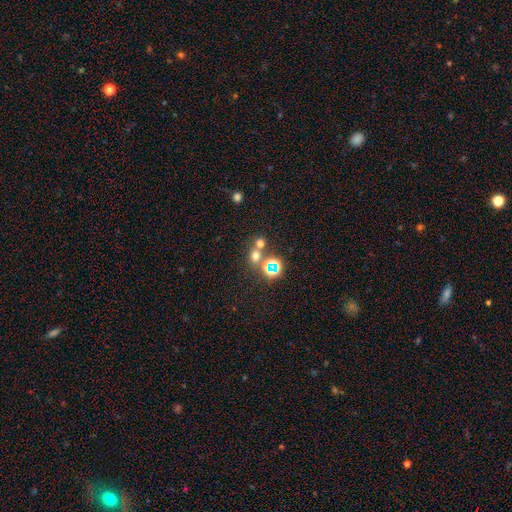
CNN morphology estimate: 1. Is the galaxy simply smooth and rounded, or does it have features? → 55% smooth, 34% star or artifact, 11% featured or disk.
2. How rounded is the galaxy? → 76% round, 23% in between, 1% cigar-shaped.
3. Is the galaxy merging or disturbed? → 59% none, 29% merger, 7% minor disturbance, 4% major disturbance.